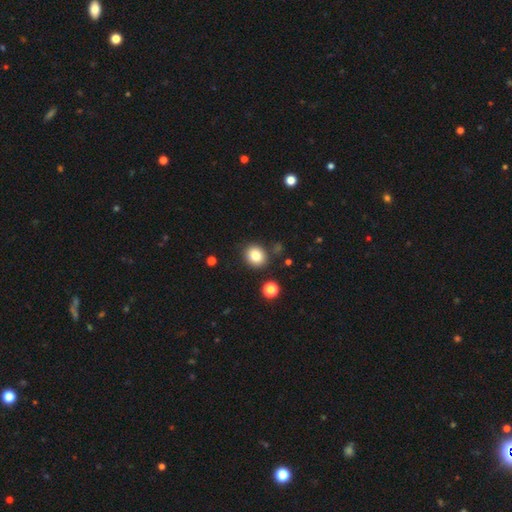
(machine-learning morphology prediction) Smooth or featured? Predicted: smooth (p=0.82). How rounded? Predicted: round (p=0.70). Merging? Predicted: none (p=0.85).